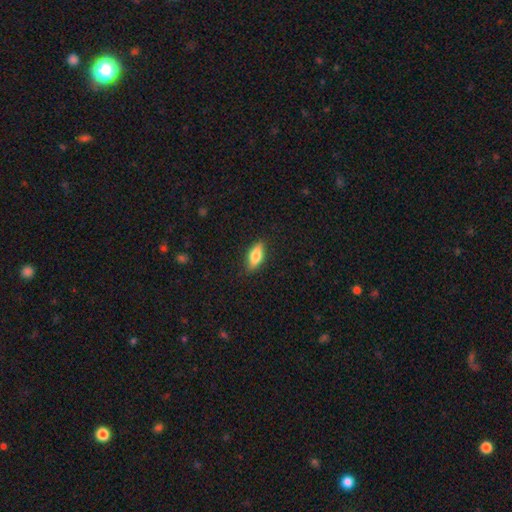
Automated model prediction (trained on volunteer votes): Smooth or featured? smooth (71%)
How rounded? in between (72%)
Merging? none (85%)